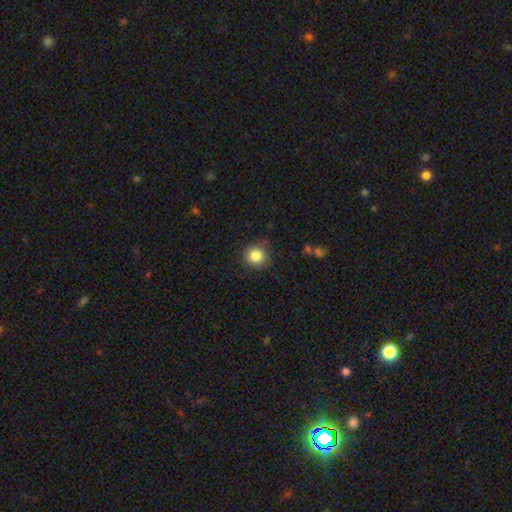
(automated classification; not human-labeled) This appears to be a smooth galaxy with no disk features (84%) that is round (92%). Merging: none (84%).